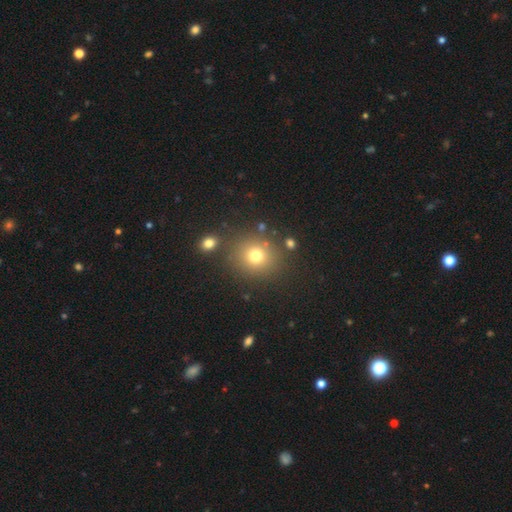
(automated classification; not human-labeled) This appears to be a smooth galaxy with no disk features (75%) that is round (85%). Merging: none (82%).